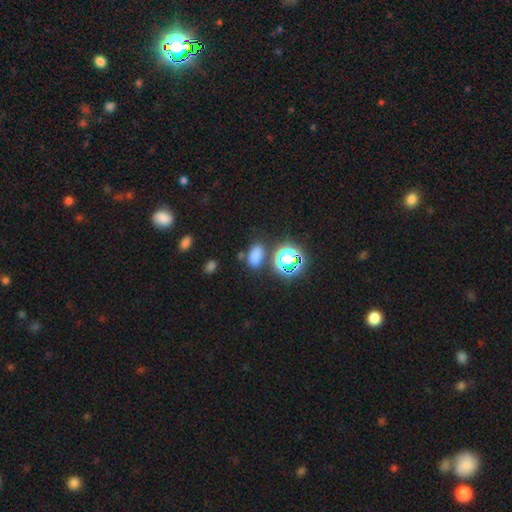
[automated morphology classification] A smooth galaxy with no disk features (72%) that is in between round and cigar-shaped (82%). Merging: none (76%).